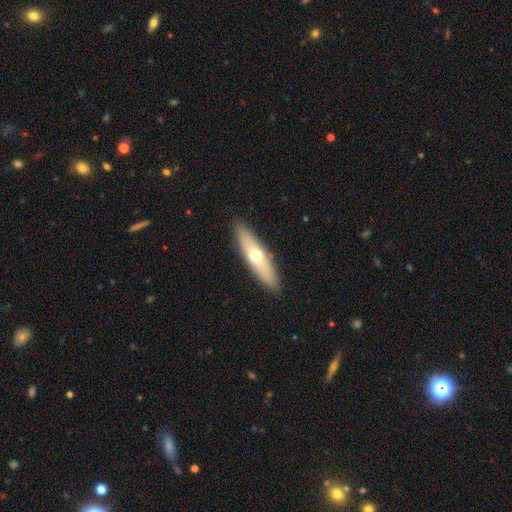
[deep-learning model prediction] Smooth or featured? Predicted: smooth (p=0.55). How rounded? Predicted: cigar-shaped (p=0.68). Merging? Predicted: none (p=0.89).